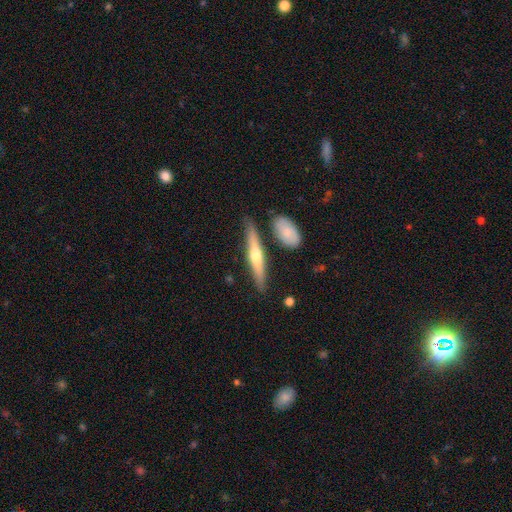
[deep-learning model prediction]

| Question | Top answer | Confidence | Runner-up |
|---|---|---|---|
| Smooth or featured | featured or disk | 53% | smooth (42%) |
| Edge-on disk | yes | 92% | no (8%) |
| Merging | none | 82% | minor disturbance (11%) |